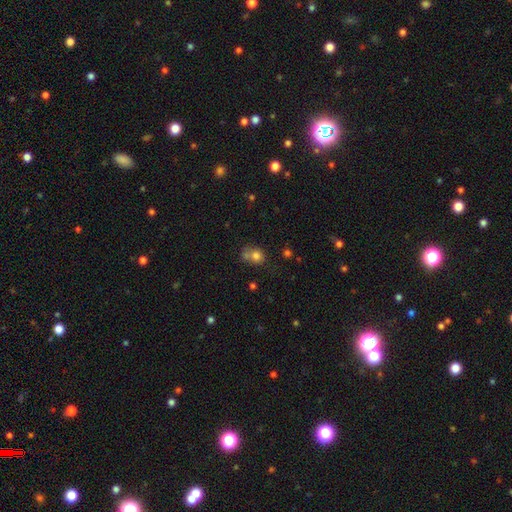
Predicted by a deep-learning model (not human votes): This is likely a smooth galaxy (77%). How rounded: likely round (73%). Merging: marginally none (44%).